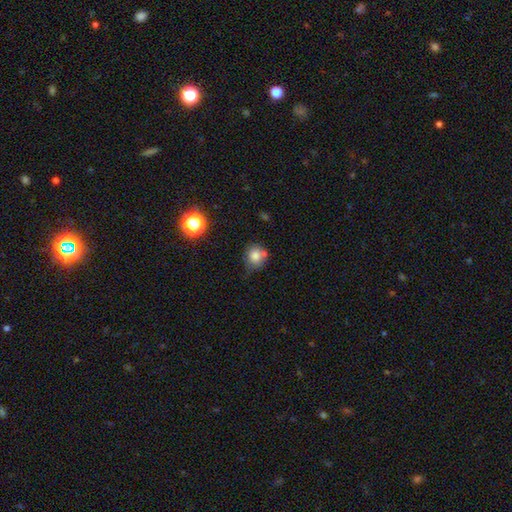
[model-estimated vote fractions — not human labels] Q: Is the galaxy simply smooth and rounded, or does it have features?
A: smooth — 78%.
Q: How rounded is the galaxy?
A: round — 82%.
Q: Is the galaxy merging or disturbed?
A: none — 55%.